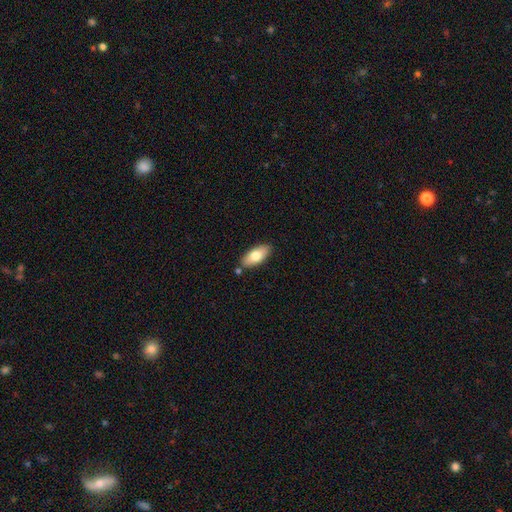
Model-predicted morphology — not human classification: Smooth or featured? Predicted: smooth (p=0.75). How rounded? Predicted: in between (p=0.86). Merging? Predicted: none (p=0.81).